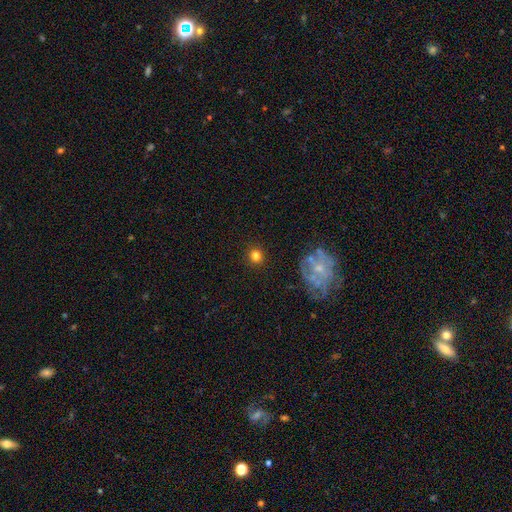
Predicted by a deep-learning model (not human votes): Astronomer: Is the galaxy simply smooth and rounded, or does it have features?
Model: smooth — 79%.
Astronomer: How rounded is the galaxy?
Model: round — 91%.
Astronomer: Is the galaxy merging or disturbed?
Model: none — 88%.